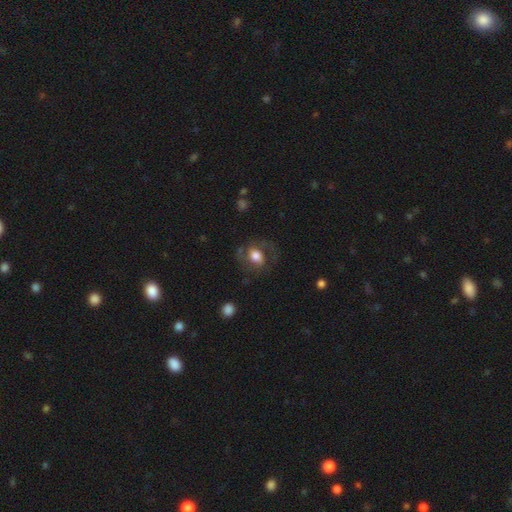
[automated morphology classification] Smooth or featured? smooth (52%)
How rounded? in between (51%)
Merging? none (61%)